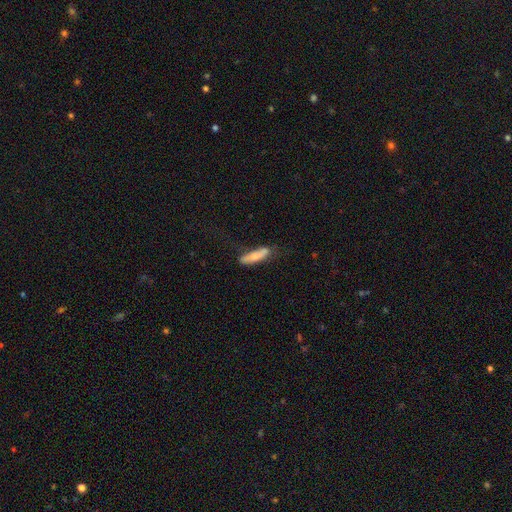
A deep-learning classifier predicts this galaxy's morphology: smooth_or_featured: smooth (p=0.72) [alt: featured or disk p=0.22]
how_rounded: cigar-shaped (p=0.70) [alt: in between p=0.28]
merging: none (p=0.58) [alt: minor disturbance p=0.28]